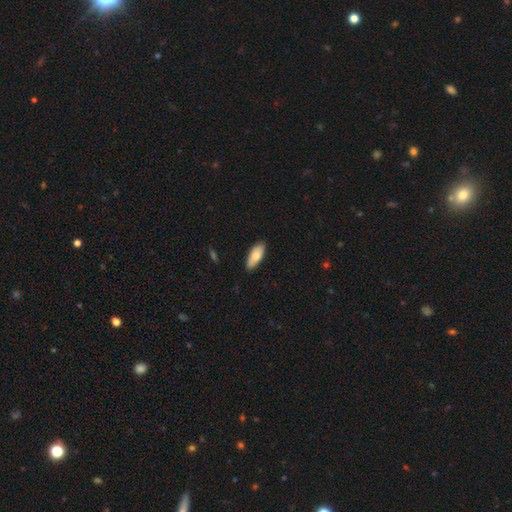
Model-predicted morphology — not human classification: This appears to be a smooth galaxy with no disk features (74%) that is in between round and cigar-shaped (84%). Merging: none (87%).